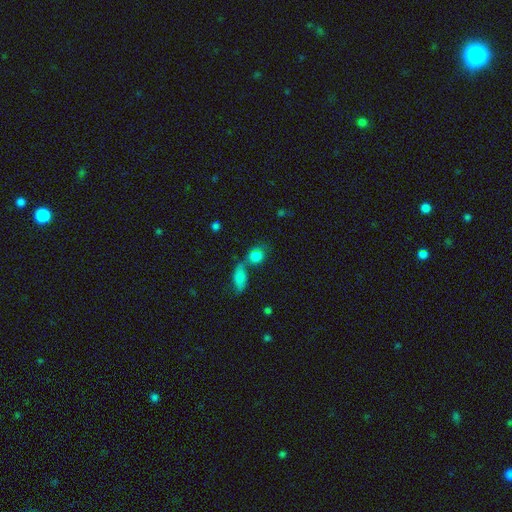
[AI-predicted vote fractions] A smooth galaxy with no disk features (78%) that is round (49%). Merging: merger (46%).